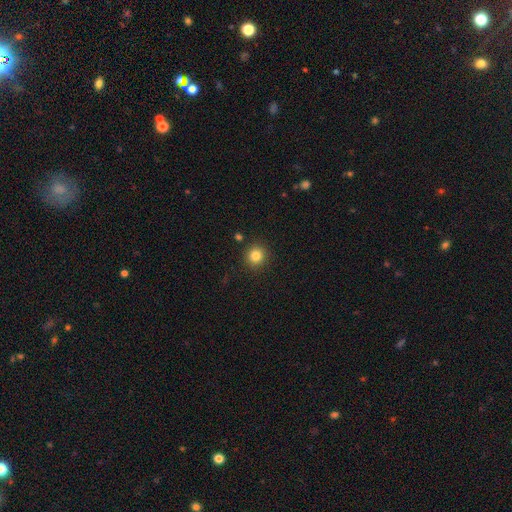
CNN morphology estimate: Overall: smooth (83%). How rounded: round (93%). Merging: none (91%).